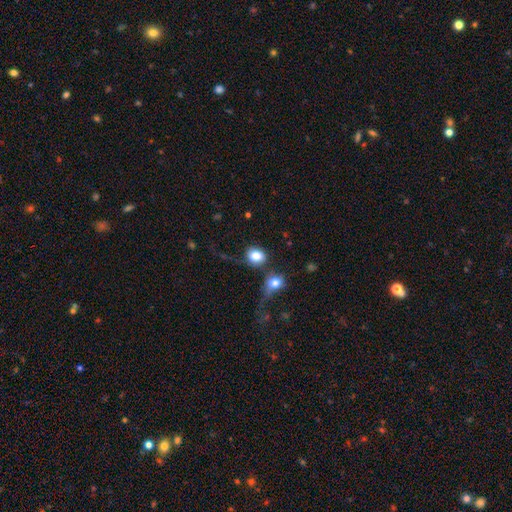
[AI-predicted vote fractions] smooth 82%, star or artifact 9%, featured or disk 9%. Down the decision tree: how rounded — round (58%); merging — none (50%).